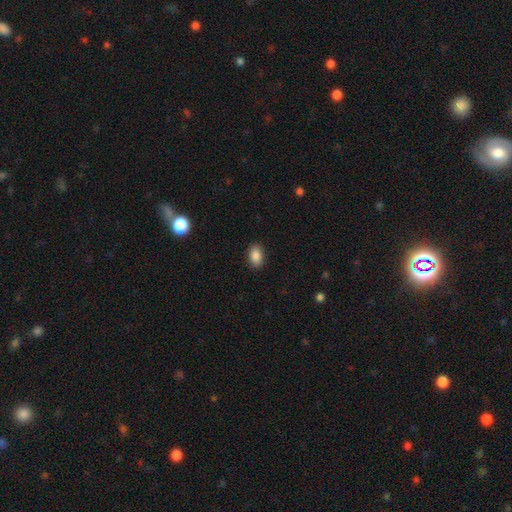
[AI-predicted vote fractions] Overall: smooth (87%). How rounded: in between (89%). Merging: none (89%).